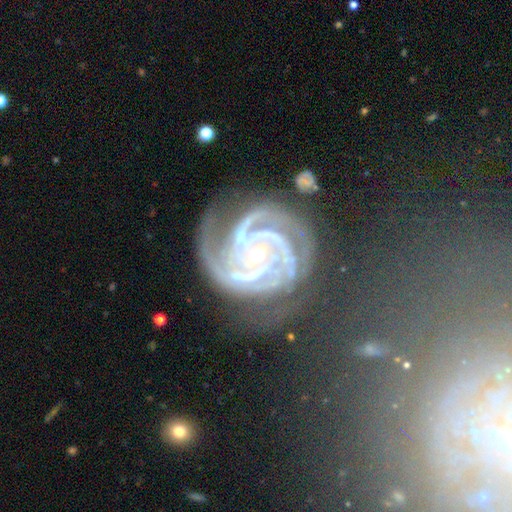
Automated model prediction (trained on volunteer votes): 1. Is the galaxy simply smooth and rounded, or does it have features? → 91% featured or disk, 6% star or artifact, 3% smooth.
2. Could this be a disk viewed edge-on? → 98% no, 2% yes.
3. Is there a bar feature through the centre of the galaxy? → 56% no, 24% weak, 21% strong.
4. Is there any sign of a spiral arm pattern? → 99% yes, 1% no.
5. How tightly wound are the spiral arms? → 72% tight, 25% medium, 3% loose.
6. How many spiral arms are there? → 43% 3, 24% 4, 11% 2, 8% can't tell, 8% more than 4, 7% 1.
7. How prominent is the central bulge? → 69% small, 28% moderate, 1% large, 1% none, 1% dominant.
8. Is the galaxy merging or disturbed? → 64% none, 21% minor disturbance, 11% major disturbance, 5% merger.